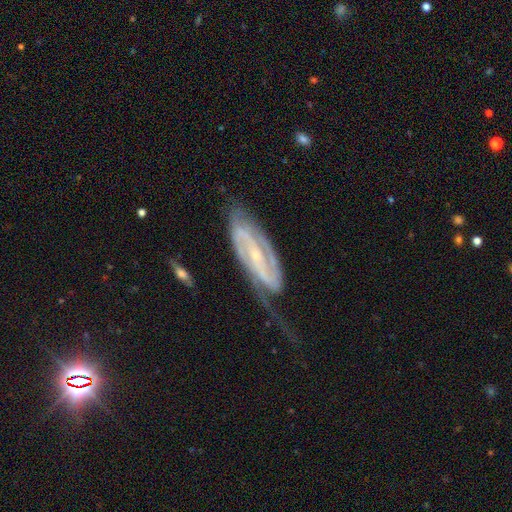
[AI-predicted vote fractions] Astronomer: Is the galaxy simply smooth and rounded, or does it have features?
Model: featured or disk — 88%.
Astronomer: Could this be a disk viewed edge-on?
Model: no — 91%.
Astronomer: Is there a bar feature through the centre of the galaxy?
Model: strong — 44% (runner-up: weak, 34%).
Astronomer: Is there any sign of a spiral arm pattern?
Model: yes — 97%.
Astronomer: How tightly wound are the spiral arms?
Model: medium — 42%, tied with tight at 42%.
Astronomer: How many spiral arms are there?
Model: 2 — 82%.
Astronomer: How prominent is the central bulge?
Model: small — 75%.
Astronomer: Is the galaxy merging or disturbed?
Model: none — 51% (runner-up: minor disturbance, 27%).